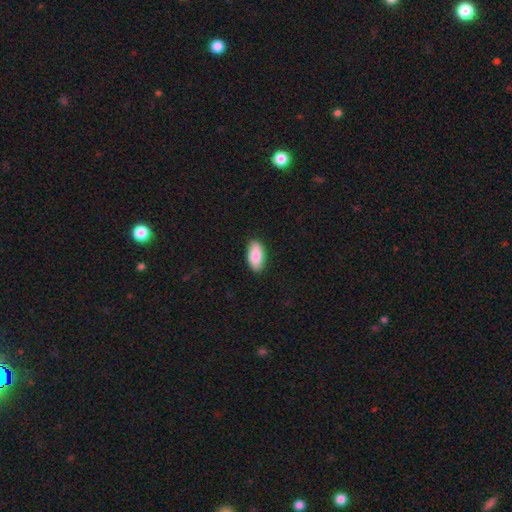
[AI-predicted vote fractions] Smooth or featured? Predicted: smooth (p=0.87). How rounded? Predicted: in between (p=0.91). Merging? Predicted: none (p=0.89).